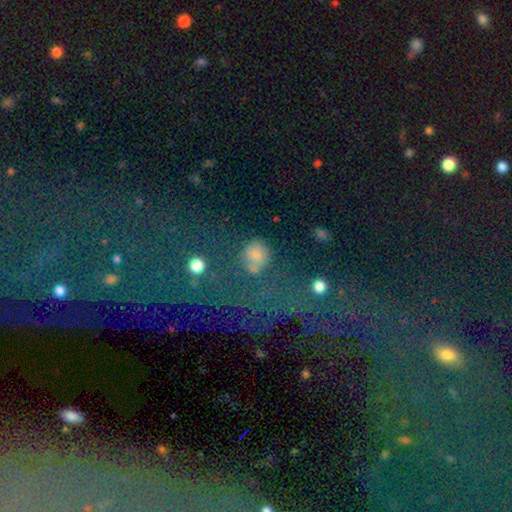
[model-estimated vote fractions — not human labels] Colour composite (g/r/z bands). It shows a smooth galaxy with no disk features (70%) that is round (76%). Merging: none (54%).